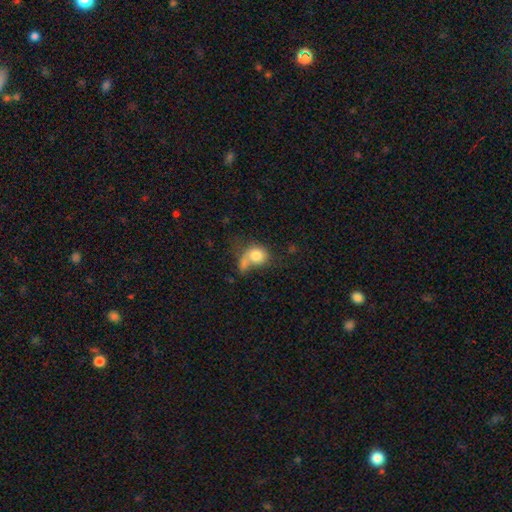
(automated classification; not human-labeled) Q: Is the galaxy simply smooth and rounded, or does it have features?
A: smooth — 77%.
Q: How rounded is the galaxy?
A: round — 61%.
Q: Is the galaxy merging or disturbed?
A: merger — 32%.